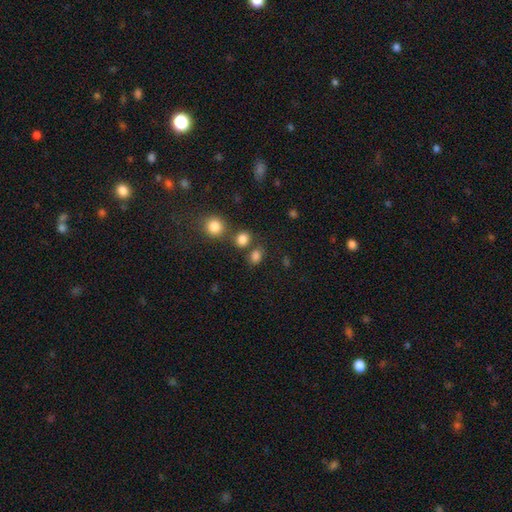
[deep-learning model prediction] Smooth or featured? Predicted: smooth (p=0.81). How rounded? Predicted: in between (p=0.51). Merging? Predicted: none (p=0.66).